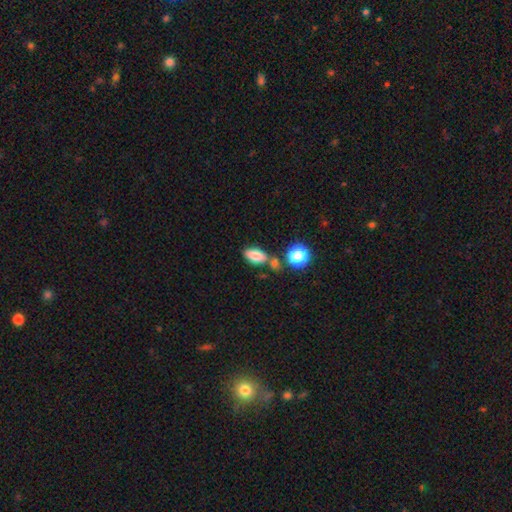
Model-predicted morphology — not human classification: smooth-or-featured: smooth: 81% | star or artifact: 11% | featured or disk: 8%
  how-rounded: in between: 86% | round: 9% | cigar-shaped: 5%
  merging: none: 64% | merger: 18% | minor disturbance: 14% | major disturbance: 4%